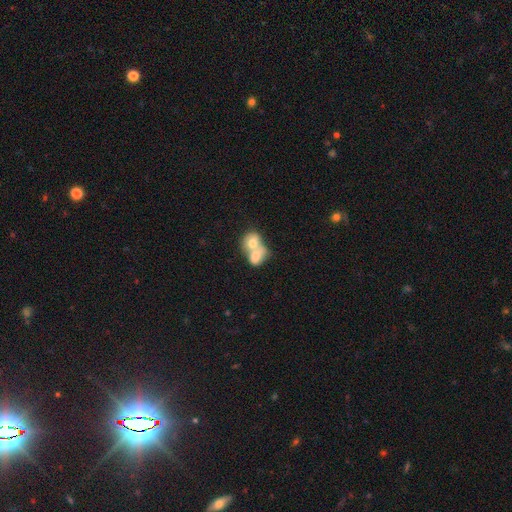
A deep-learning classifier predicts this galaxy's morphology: Smooth or featured? smooth (67%)
How rounded? in between (51%)
Merging? merger (80%)